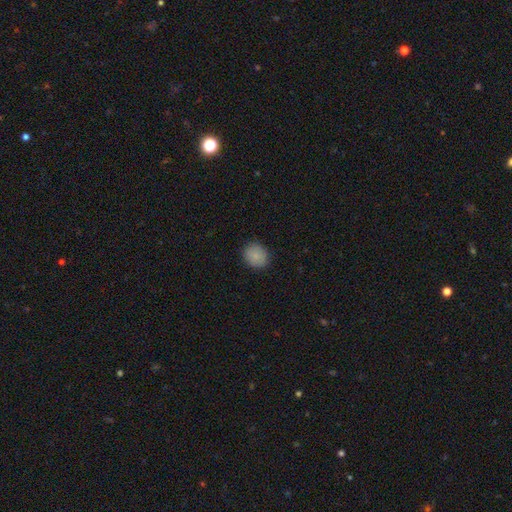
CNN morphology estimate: A smooth galaxy with no disk features (84%) that is round (77%).

Vote fractions:
- Smooth or featured? smooth: 84% / star or artifact: 8% / featured or disk: 7%
- How rounded? round: 77% / in between: 22% / cigar-shaped: 1%
- Merging? none: 87% / minor disturbance: 10% / major disturbance: 2% / merger: 1%